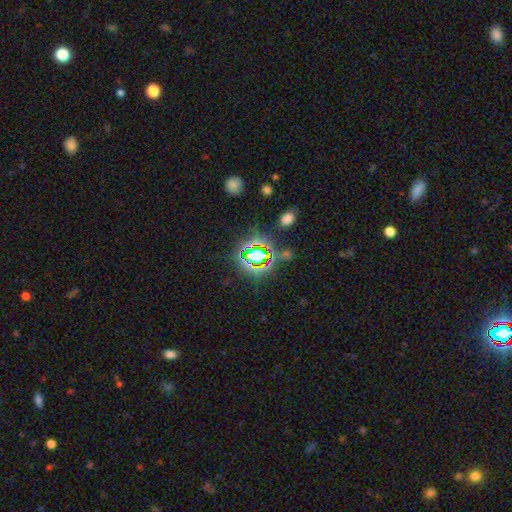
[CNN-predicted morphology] This appears to be a star or artifact, not a galaxy (67%).